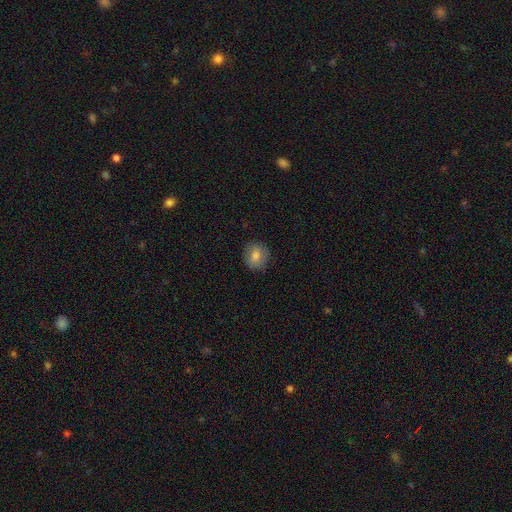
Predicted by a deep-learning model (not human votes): This appears to be a smooth galaxy with no disk features (75%) that is round (80%). Merging: none (86%).